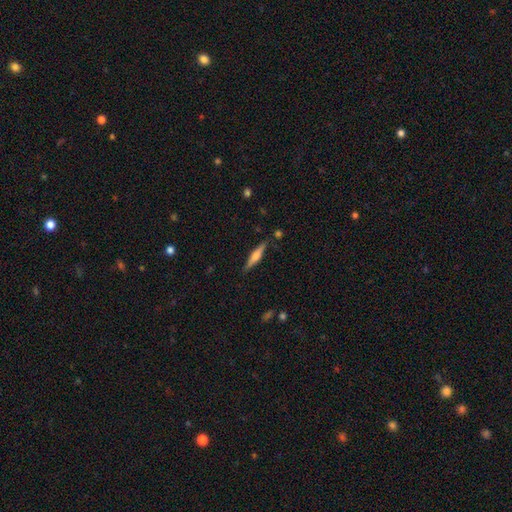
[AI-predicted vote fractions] featured or disk 60%, smooth 34%, star or artifact 6%. Down the decision tree: edge-on disk — yes (97%); edge-on bulge — rounded (80%); merging — none (86%).